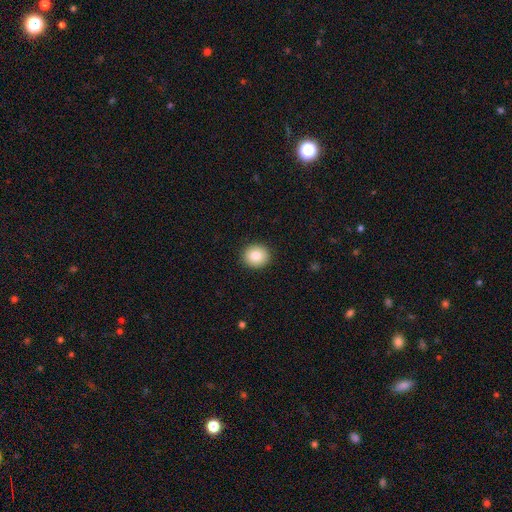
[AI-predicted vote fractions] This is clearly a smooth galaxy (83%). How rounded: clearly round (89%). Merging: clearly none (92%).